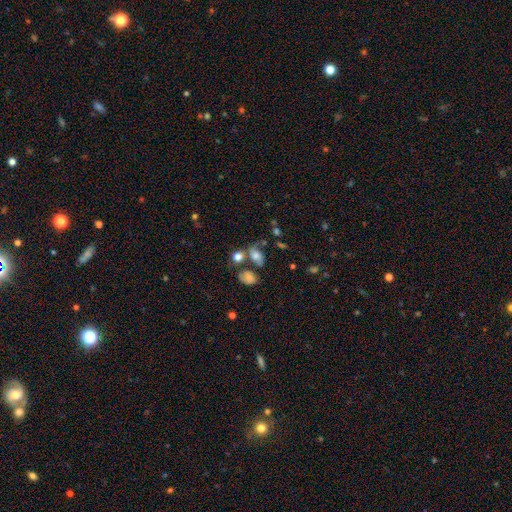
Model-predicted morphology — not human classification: Overall: smooth (57%; featured or disk 29%). How rounded: in between (61%; round 36%). Merging: none (39%; merger 25%).